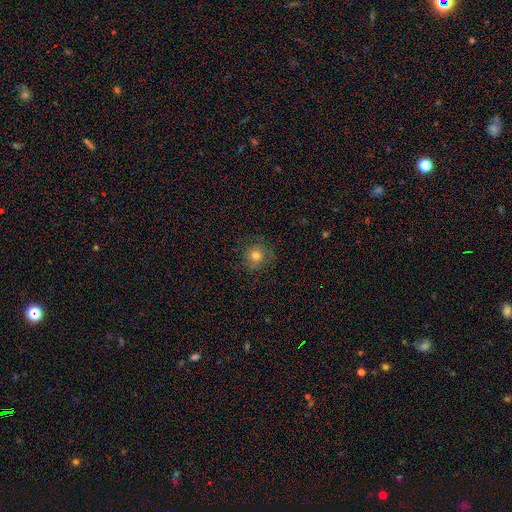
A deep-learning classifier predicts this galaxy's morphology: Q: Smooth or featured?
A: smooth (74%); runner-up: featured or disk (14%)
Q: How rounded?
A: round (89%); runner-up: in between (10%)
Q: Merging?
A: none (79%); runner-up: minor disturbance (14%)